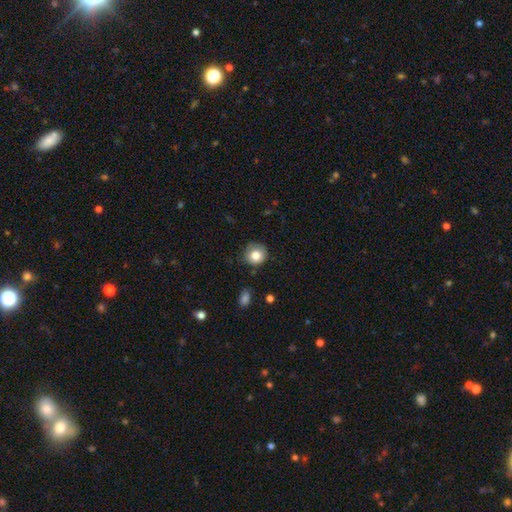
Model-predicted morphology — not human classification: This is clearly a smooth galaxy (81%). How rounded: clearly round (88%). Merging: likely none (73%).